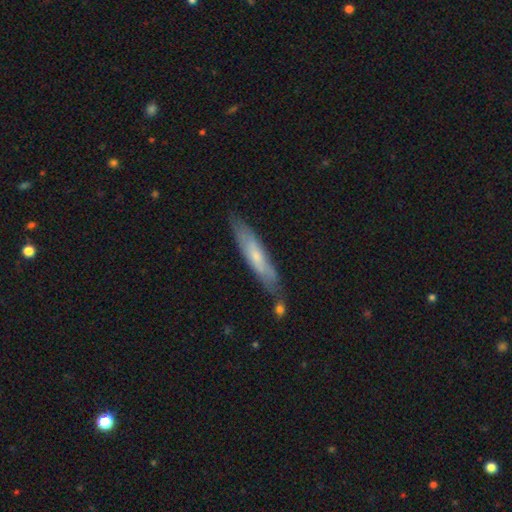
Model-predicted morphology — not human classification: Q: Smooth or featured?
A: smooth (51%); runner-up: featured or disk (44%)
Q: How rounded?
A: cigar-shaped (84%); runner-up: in between (14%)
Q: Merging?
A: none (72%); runner-up: minor disturbance (19%)